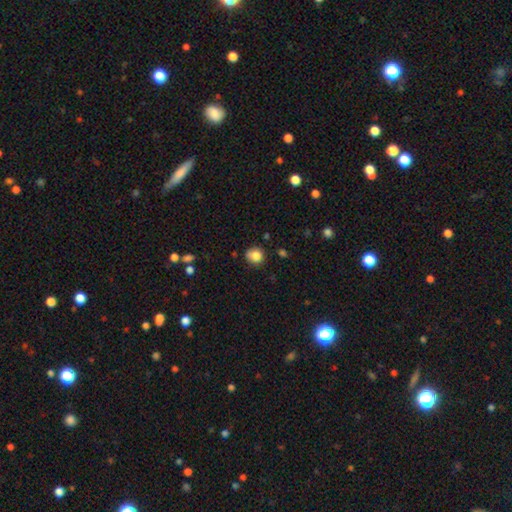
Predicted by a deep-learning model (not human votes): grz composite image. It shows a smooth galaxy with no disk features (81%) that is round (81%). Merging: none (67%).